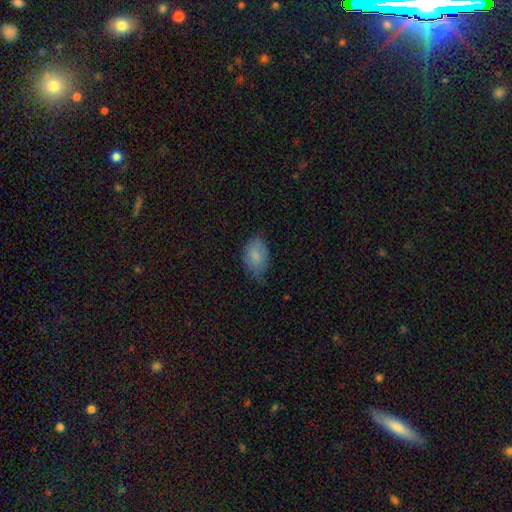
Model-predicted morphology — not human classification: smooth_or_featured: smooth (p=0.82) [alt: featured or disk p=0.11]
how_rounded: in between (p=0.89) [alt: round p=0.09]
merging: none (p=0.50) [alt: minor disturbance p=0.38]